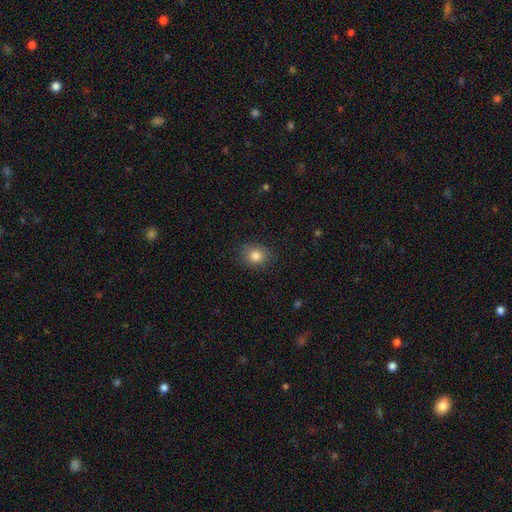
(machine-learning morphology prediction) Smooth or featured: smooth — 83% (star or artifact — 10%)
How rounded: round — 68% (in between — 31%)
Merging: none — 86% (minor disturbance — 10%)